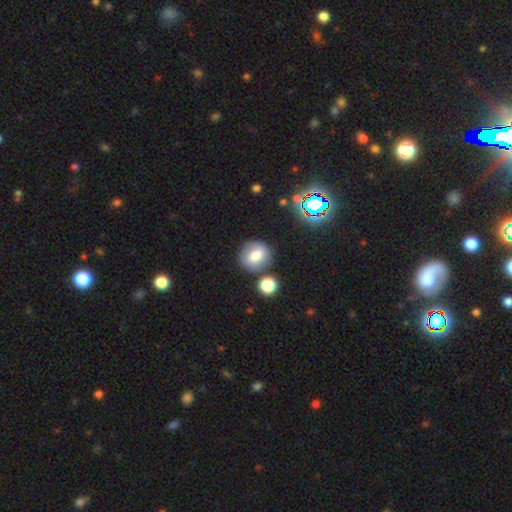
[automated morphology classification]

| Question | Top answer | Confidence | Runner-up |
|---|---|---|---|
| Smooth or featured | smooth | 68% | featured or disk (19%) |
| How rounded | round | 69% | in between (30%) |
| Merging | none | 72% | minor disturbance (14%) |